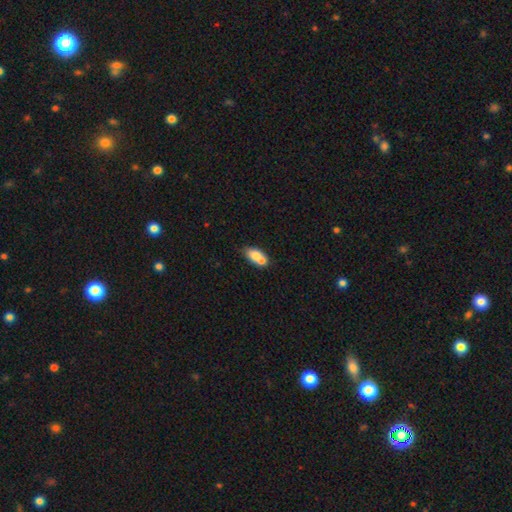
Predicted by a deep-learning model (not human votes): The model was most divided on "merging": merger: 44%, none: 39%, minor disturbance: 13%, major disturbance: 4%. More confident: how rounded — in between (84%); smooth or featured — smooth (72%).